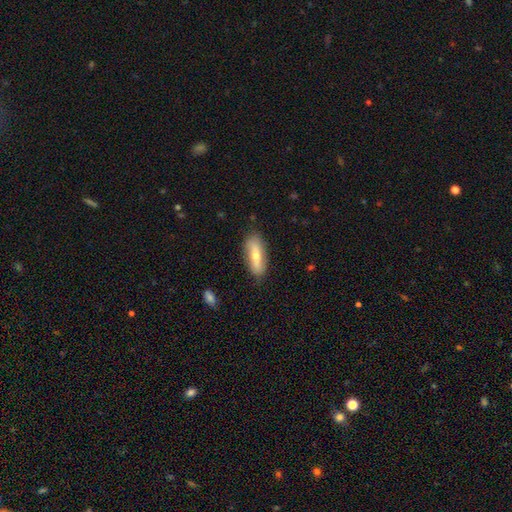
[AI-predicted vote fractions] Smooth or featured? smooth (55%)
How rounded? in between (63%)
Merging? none (80%)